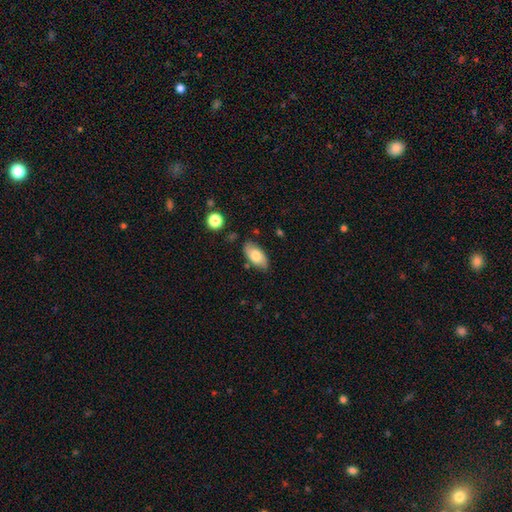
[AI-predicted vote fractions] A smooth galaxy with no disk features (71%) that is in between round and cigar-shaped (92%).

Vote fractions:
- Smooth or featured? smooth: 71% / featured or disk: 22% / star or artifact: 7%
- How rounded? in between: 92% / cigar-shaped: 5% / round: 3%
- Merging? none: 78% / minor disturbance: 17% / major disturbance: 3% / merger: 3%